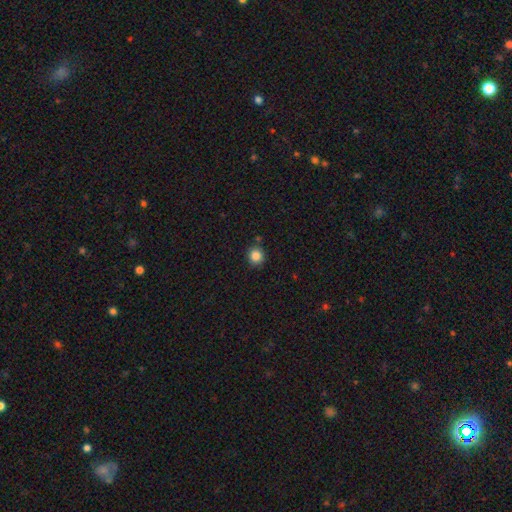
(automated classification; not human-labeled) This appears to be a smooth galaxy with no disk features (85%) that is round (90%). Merging: none (84%).